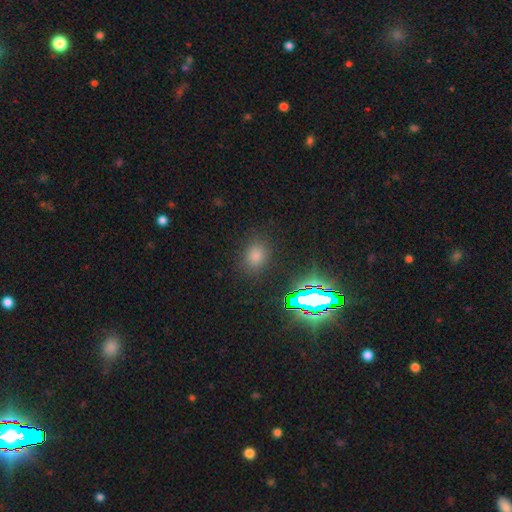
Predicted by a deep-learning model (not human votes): This appears to be a smooth galaxy with no disk features (64%) that is in between round and cigar-shaped (51%). Merging: none (86%).